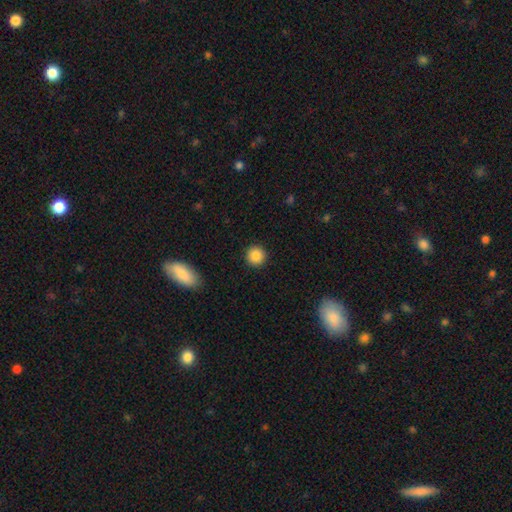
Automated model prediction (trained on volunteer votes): Q: Smooth or featured?
A: smooth (87%); runner-up: star or artifact (9%)
Q: How rounded?
A: round (94%); runner-up: in between (5%)
Q: Merging?
A: none (92%); runner-up: minor disturbance (5%)